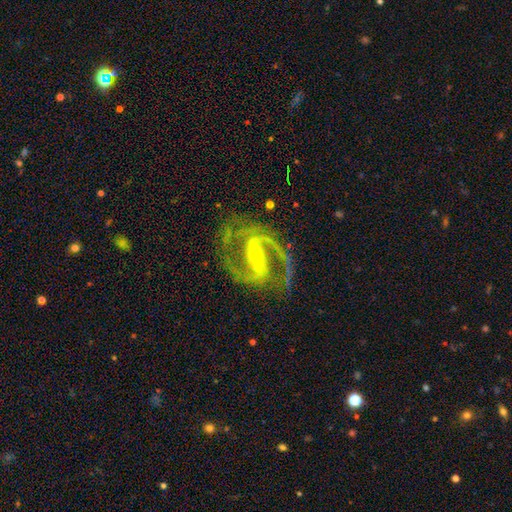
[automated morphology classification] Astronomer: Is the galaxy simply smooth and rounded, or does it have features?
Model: featured or disk — 92%.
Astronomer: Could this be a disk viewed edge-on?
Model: no — 97%.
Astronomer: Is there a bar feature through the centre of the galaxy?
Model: strong — 66%.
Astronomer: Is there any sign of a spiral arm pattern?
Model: yes — 98%.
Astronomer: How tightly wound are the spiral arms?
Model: medium — 65%.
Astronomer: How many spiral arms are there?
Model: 2 — 90%.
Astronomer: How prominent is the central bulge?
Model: small — 70%.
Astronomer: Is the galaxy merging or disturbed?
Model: none — 75%.